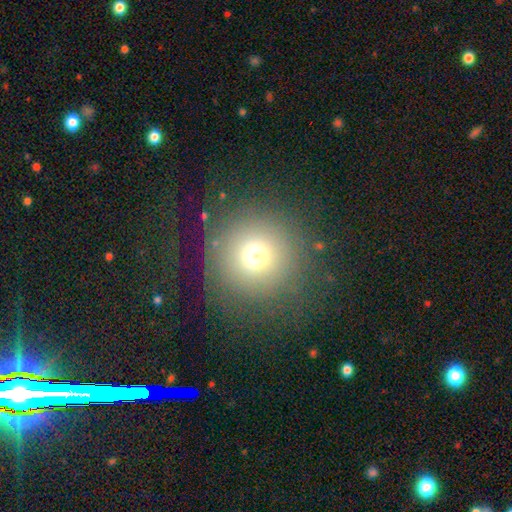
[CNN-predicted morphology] Smooth or featured?
  - smooth: 70% *
  - star or artifact: 19%
  - featured or disk: 11%
How rounded?
  - round: 96% *
  - in between: 3%
  - cigar-shaped: 1%
Merging?
  - none: 82% *
  - minor disturbance: 9%
  - major disturbance: 7%
  - merger: 2%